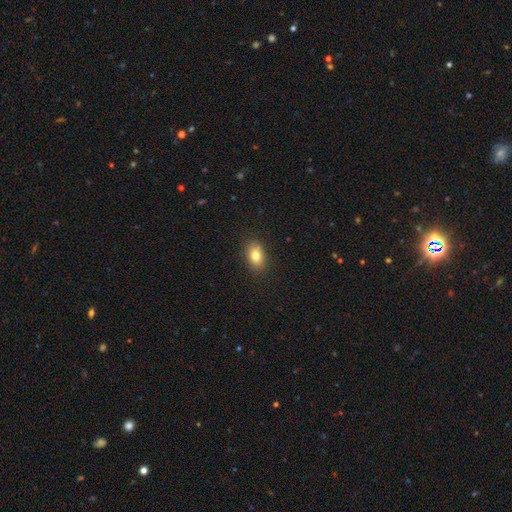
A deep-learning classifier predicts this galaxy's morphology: smooth 80%, featured or disk 11%, star or artifact 9%. Down the decision tree: how rounded — in between (84%); merging — none (87%).